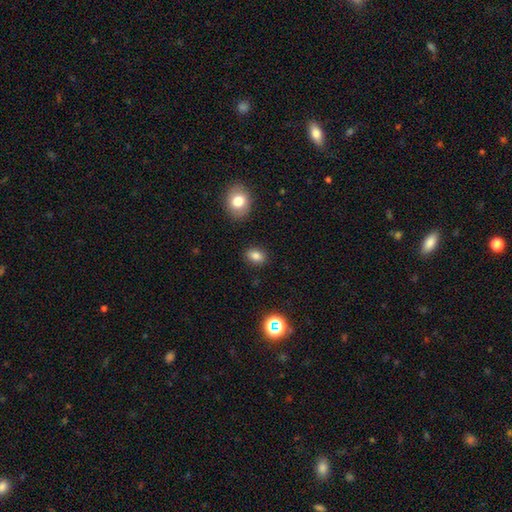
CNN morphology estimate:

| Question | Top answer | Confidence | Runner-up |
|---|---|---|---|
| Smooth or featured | smooth | 82% | star or artifact (12%) |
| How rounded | in between | 73% | round (26%) |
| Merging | none | 87% | minor disturbance (9%) |